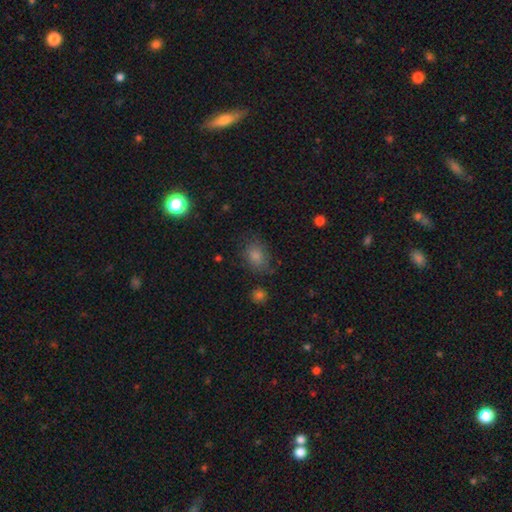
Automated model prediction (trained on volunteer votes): Smooth or featured? Predicted: smooth (p=0.71). How rounded? Predicted: in between (p=0.63). Merging? Predicted: none (p=0.74).